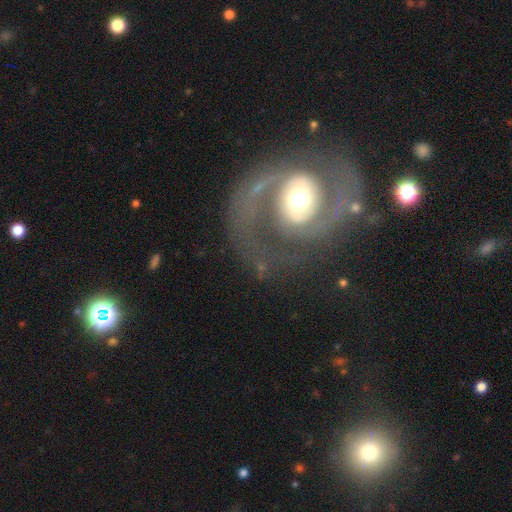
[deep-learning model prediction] Smooth or featured? Predicted: featured or disk (p=0.89). Edge-on disk? Predicted: no (p=0.98). Bar? Predicted: no (p=0.47). Spiral arms? Predicted: yes (p=0.94). Spiral winding? Predicted: medium (p=0.55). Spiral arm count? Predicted: 2 (p=0.91). Bulge size? Predicted: moderate (p=0.62). Merging? Predicted: none (p=0.73).